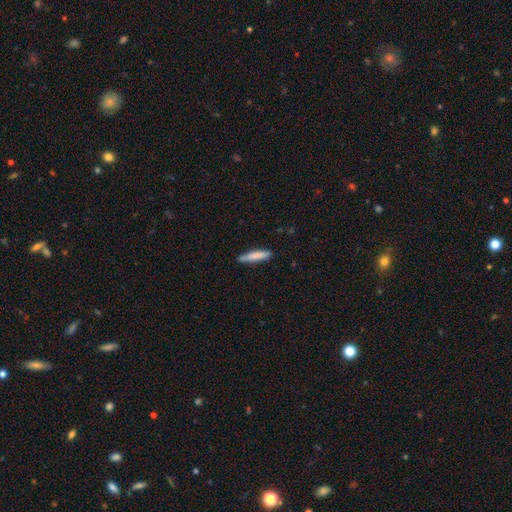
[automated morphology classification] smooth 76%, featured or disk 18%, star or artifact 6%. Down the decision tree: how rounded — cigar-shaped (88%); merging — none (82%).